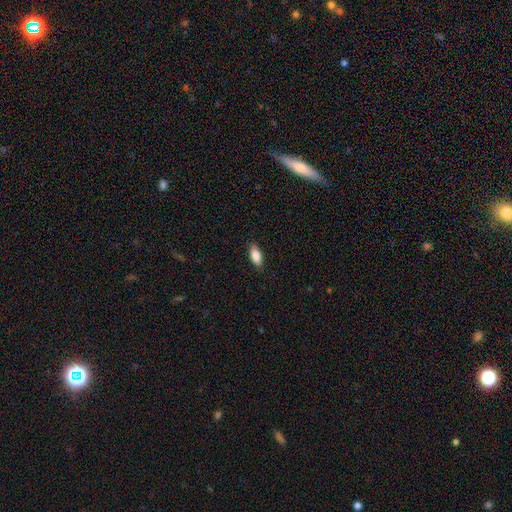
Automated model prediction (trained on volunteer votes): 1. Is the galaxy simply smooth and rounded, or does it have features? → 85% smooth, 8% featured or disk, 7% star or artifact.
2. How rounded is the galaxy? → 87% in between, 10% cigar-shaped, 3% round.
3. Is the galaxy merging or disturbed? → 86% none, 11% minor disturbance, 2% major disturbance, 1% merger.